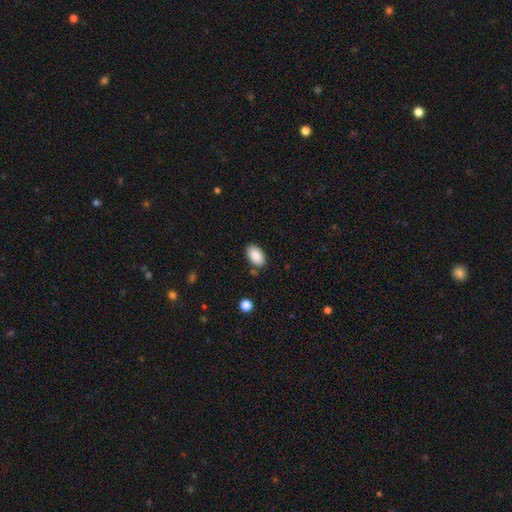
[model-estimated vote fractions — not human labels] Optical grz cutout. It shows a smooth galaxy with no disk features (89%) that is in between round and cigar-shaped (94%). Merging: none (83%).